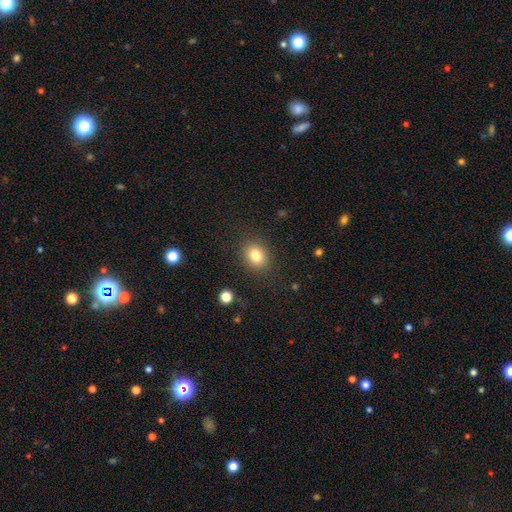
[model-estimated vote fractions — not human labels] Overall: smooth (82%). How rounded: round (60%; in between 40%). Merging: none (86%).